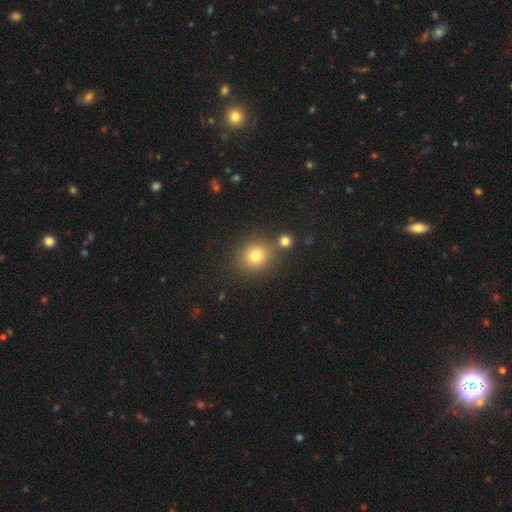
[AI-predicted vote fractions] smooth_or_featured: smooth (p=0.79) [alt: star or artifact p=0.13]
how_rounded: round (p=0.80) [alt: in between p=0.19]
merging: none (p=0.73) [alt: merger p=0.14]